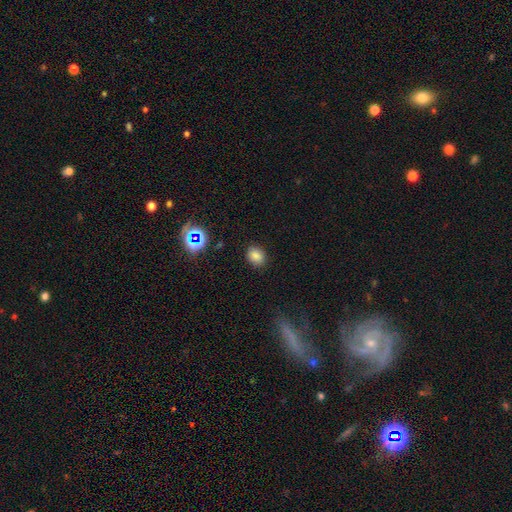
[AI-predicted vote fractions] smooth_or_featured: smooth (p=0.81) [alt: star or artifact p=0.15]
how_rounded: round (p=0.56) [alt: in between p=0.43]
merging: none (p=0.87) [alt: minor disturbance p=0.09]